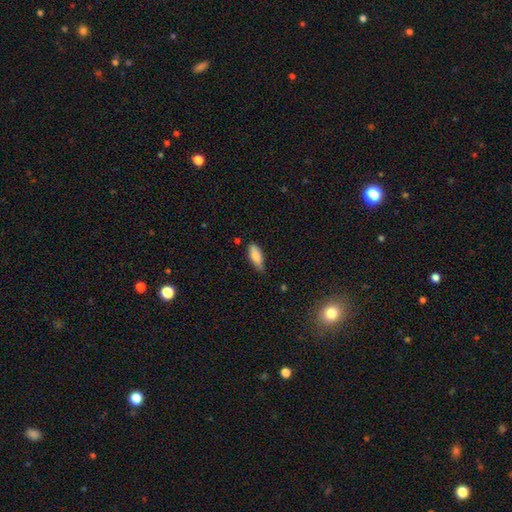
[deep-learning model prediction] Q: Smooth or featured?
A: smooth (82%); runner-up: featured or disk (11%)
Q: How rounded?
A: in between (74%); runner-up: cigar-shaped (24%)
Q: Merging?
A: none (59%); runner-up: minor disturbance (34%)